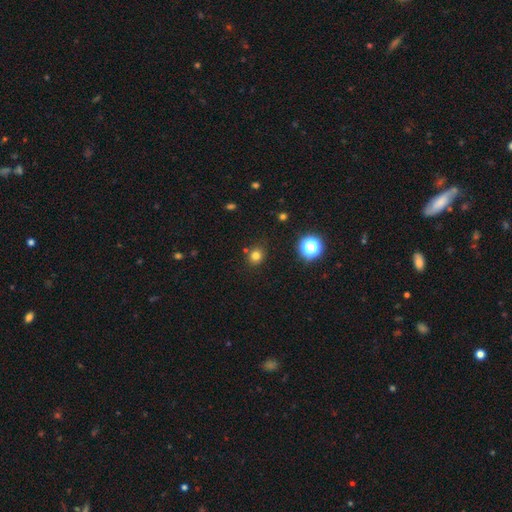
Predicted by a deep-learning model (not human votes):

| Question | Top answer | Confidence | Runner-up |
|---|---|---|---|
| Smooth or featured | smooth | 77% | star or artifact (17%) |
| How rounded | round | 78% | in between (21%) |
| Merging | none | 82% | minor disturbance (10%) |